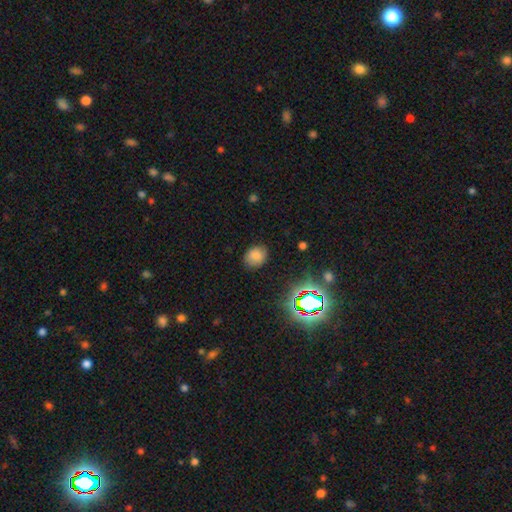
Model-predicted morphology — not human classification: A smooth galaxy with no disk features (77%) that is in between round and cigar-shaped (50%).

Vote fractions:
- Smooth or featured? smooth: 77% / star or artifact: 15% / featured or disk: 7%
- How rounded? in between: 50% / round: 49% / cigar-shaped: 1%
- Merging? none: 82% / minor disturbance: 13% / major disturbance: 3% / merger: 1%